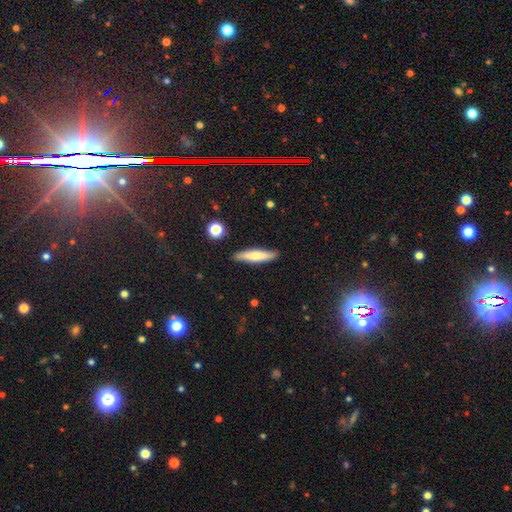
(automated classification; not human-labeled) This appears to be a smooth galaxy with no disk features (63%) that is cigar-shaped (85%). Merging: none (88%).